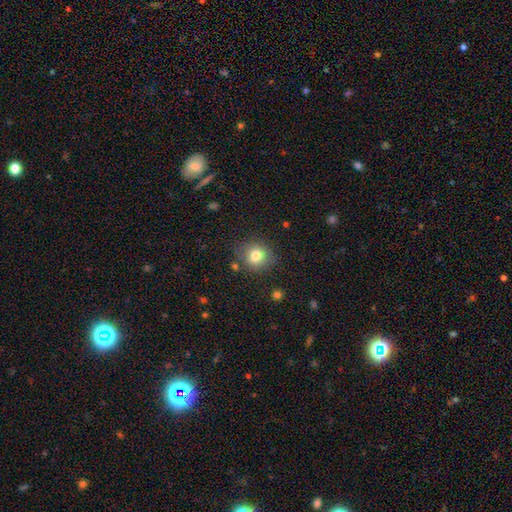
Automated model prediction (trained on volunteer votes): The model was most divided on "how rounded": round: 82%, in between: 17%, cigar-shaped: 1%. More confident: merging — none (82%); smooth or featured — smooth (80%).